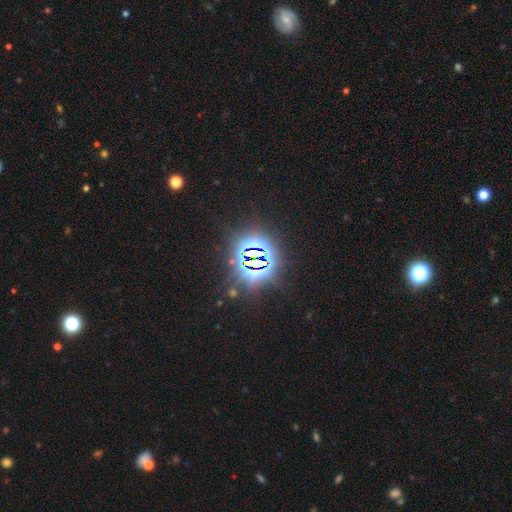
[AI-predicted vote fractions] A star or artifact, not a galaxy (83%).